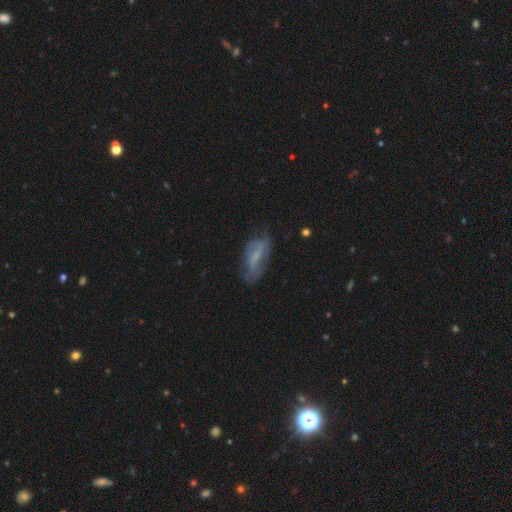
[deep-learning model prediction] Morphology: type=featured or disk (57%); edge-on=no (91%); bar=weak (49%); spiral arms=yes (76%); bulge=small (47%); merging=none (61%).